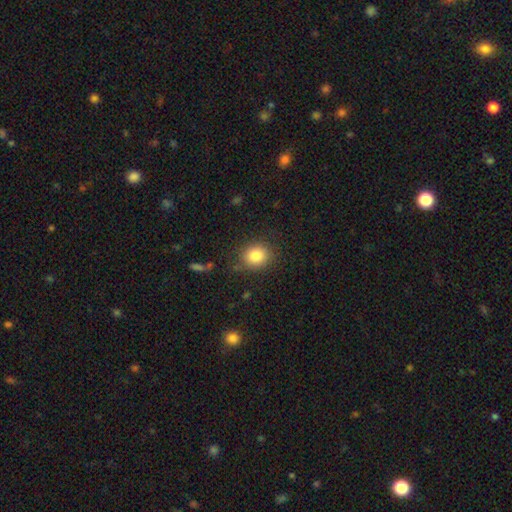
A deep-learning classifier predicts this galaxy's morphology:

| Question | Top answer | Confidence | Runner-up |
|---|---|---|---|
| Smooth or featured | smooth | 83% | star or artifact (10%) |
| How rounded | round | 69% | in between (30%) |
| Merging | none | 81% | minor disturbance (13%) |